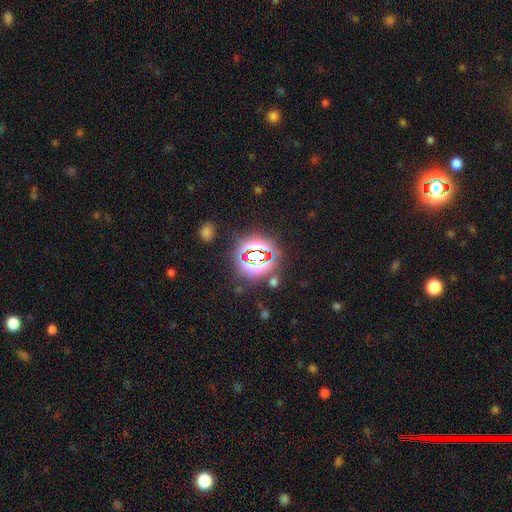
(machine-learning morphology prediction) Q: Smooth or featured?
A: star or artifact (74%); runner-up: smooth (17%)